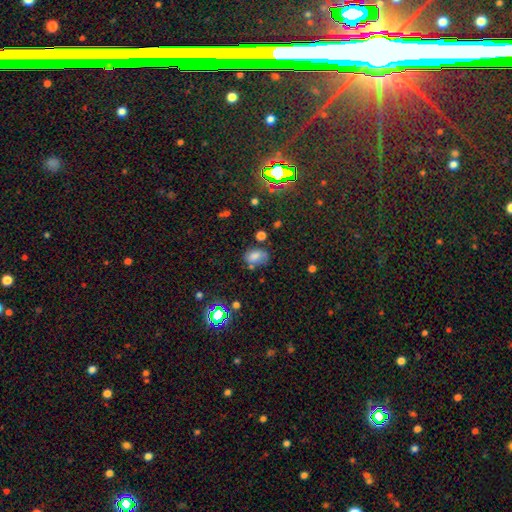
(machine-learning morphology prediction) smooth-or-featured: smooth: 63% | featured or disk: 19% | star or artifact: 18%
  how-rounded: in between: 76% | round: 23% | cigar-shaped: 1%
  merging: none: 52% | minor disturbance: 28% | major disturbance: 12% | merger: 8%